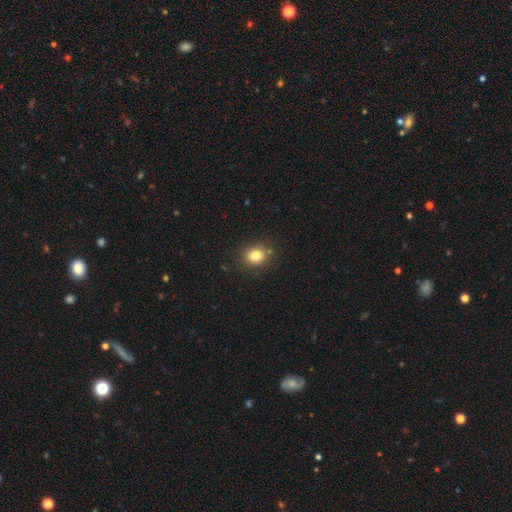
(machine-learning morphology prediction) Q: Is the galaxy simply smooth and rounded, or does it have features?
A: smooth — 81%.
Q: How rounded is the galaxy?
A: round — 69%.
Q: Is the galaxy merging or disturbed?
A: none — 85%.